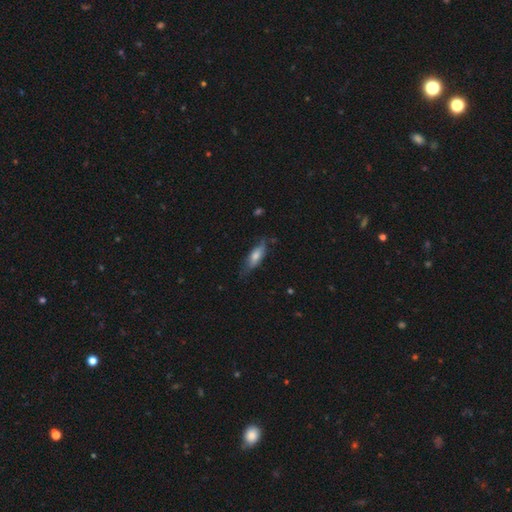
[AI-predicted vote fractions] A smooth galaxy with no disk features (61%) that is in between round and cigar-shaped (53%).

Vote fractions:
- Smooth or featured? smooth: 61% / featured or disk: 32% / star or artifact: 7%
- How rounded? in between: 53% / cigar-shaped: 45% / round: 2%
- Merging? none: 65% / minor disturbance: 26% / major disturbance: 7% / merger: 2%